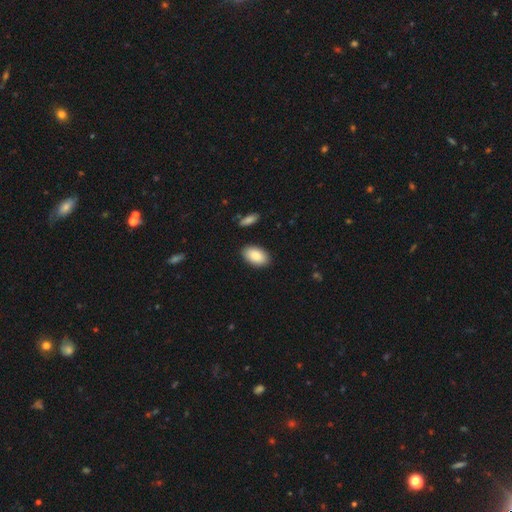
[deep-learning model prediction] Smooth or featured: smooth — 87% (featured or disk — 7%)
How rounded: in between — 94% (round — 5%)
Merging: none — 88% (minor disturbance — 8%)